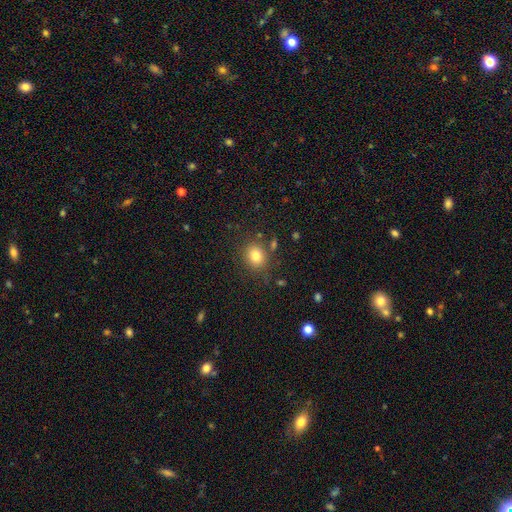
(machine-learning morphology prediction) Overall: smooth (80%). How rounded: round (68%; in between 31%). Merging: none (79%).